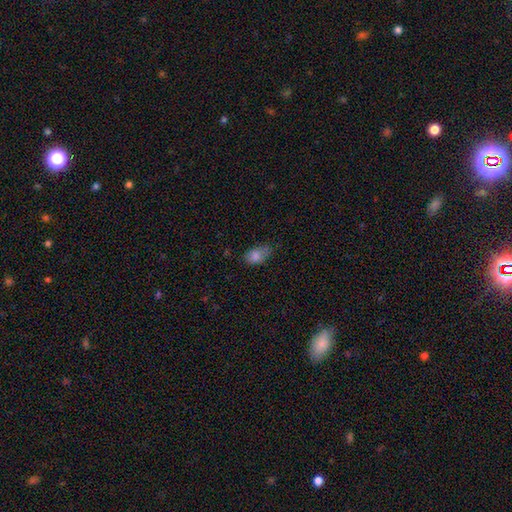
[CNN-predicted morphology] smooth-or-featured: smooth: 81% | star or artifact: 10% | featured or disk: 9%
  how-rounded: in between: 87% | round: 11% | cigar-shaped: 2%
  merging: none: 47% | minor disturbance: 38% | major disturbance: 12% | merger: 3%